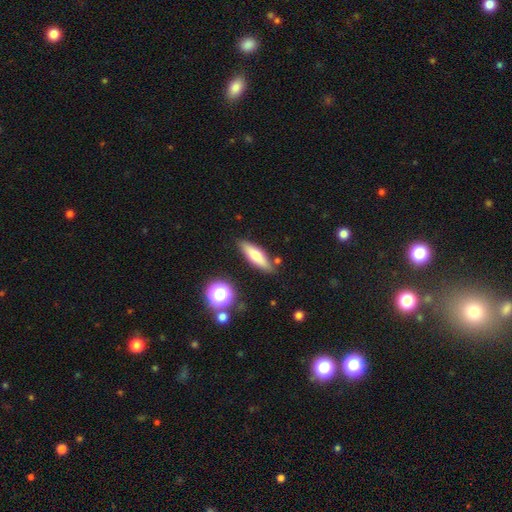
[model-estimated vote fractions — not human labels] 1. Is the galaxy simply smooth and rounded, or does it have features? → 62% smooth, 30% featured or disk, 8% star or artifact.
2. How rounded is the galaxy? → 60% cigar-shaped, 37% in between, 3% round.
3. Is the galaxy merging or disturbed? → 83% none, 11% minor disturbance, 3% merger, 2% major disturbance.